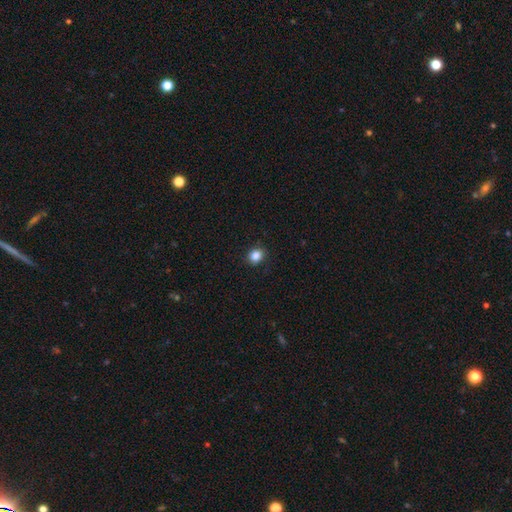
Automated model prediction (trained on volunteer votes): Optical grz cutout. It shows a smooth galaxy with no disk features (85%) that is round (67%). Merging: none (88%).